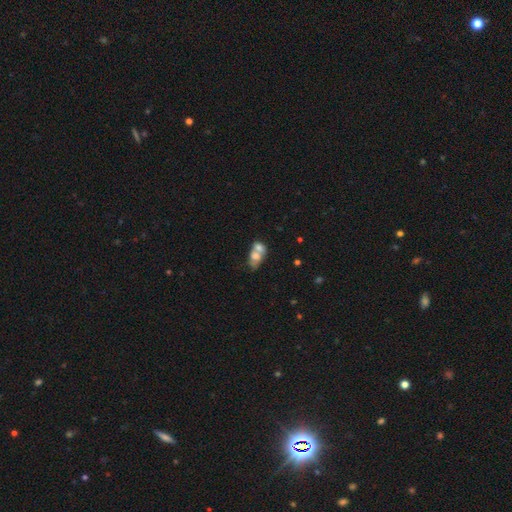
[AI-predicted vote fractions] A smooth galaxy with no disk features (60%) that is in between round and cigar-shaped (75%).

Vote fractions:
- Smooth or featured? smooth: 60% / featured or disk: 31% / star or artifact: 10%
- How rounded? in between: 75% / round: 22% / cigar-shaped: 3%
- Merging? merger: 70% / none: 16% / minor disturbance: 8% / major disturbance: 6%